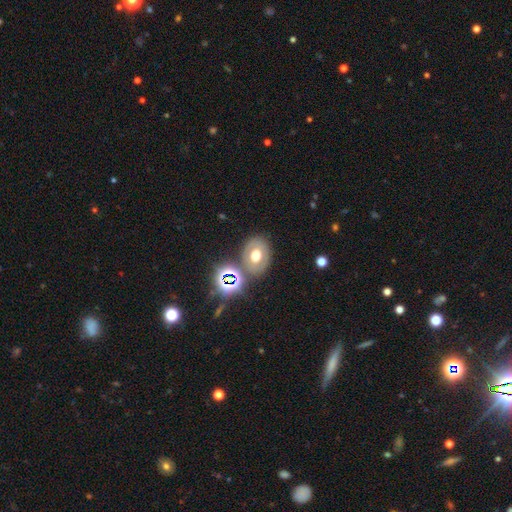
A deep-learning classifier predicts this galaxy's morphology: smooth 49%, featured or disk 32%, star or artifact 19%. Down the decision tree: merging — none (74%).